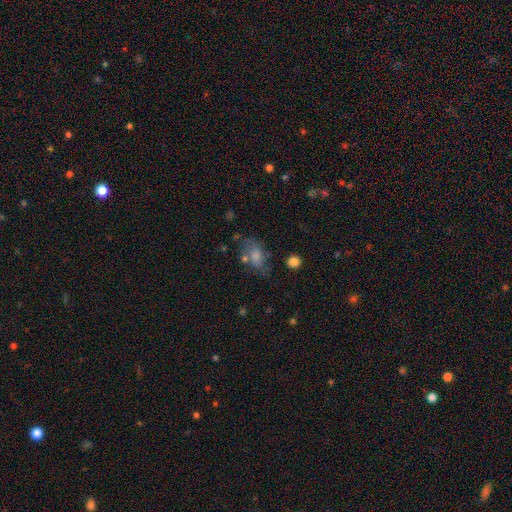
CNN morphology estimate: smooth-or-featured: smooth: 58% | featured or disk: 31% | star or artifact: 12%
  how-rounded: in between: 84% | round: 12% | cigar-shaped: 4%
  merging: none: 48% | minor disturbance: 25% | major disturbance: 17% | merger: 11%